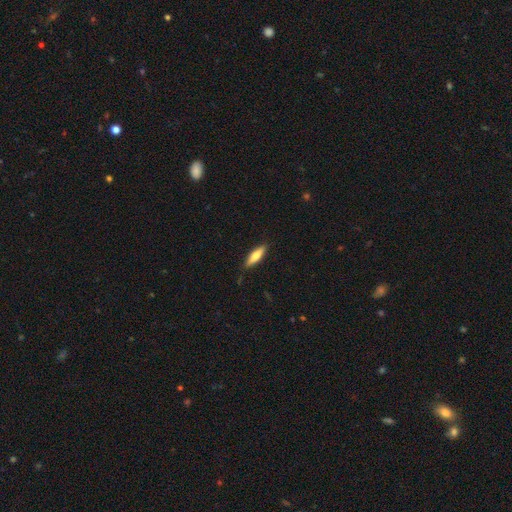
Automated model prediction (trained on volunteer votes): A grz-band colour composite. It shows a smooth galaxy with no disk features (67%) that is cigar-shaped (63%). Merging: none (86%).